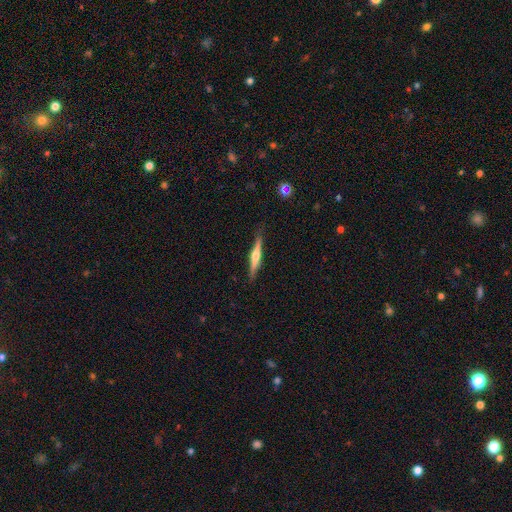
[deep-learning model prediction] Smooth or featured: featured or disk — 63% (smooth — 32%)
Edge-on disk: yes — 97% (no — 3%)
Edge-on bulge: rounded — 83% (boxy — 9%)
Merging: none — 84% (minor disturbance — 12%)